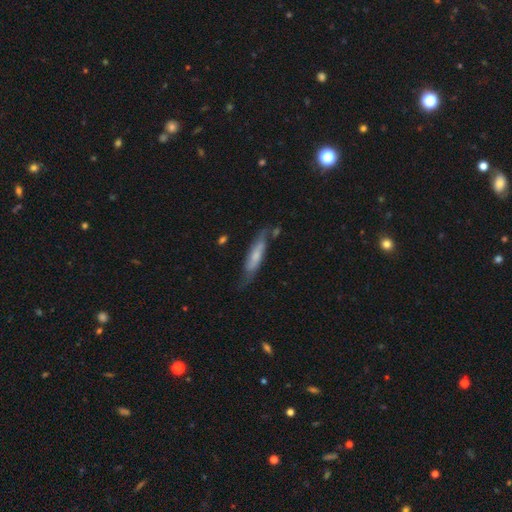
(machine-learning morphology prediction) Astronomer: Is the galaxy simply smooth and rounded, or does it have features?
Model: featured or disk — 49% (runner-up: smooth, 45%).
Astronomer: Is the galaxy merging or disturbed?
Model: none — 61%.